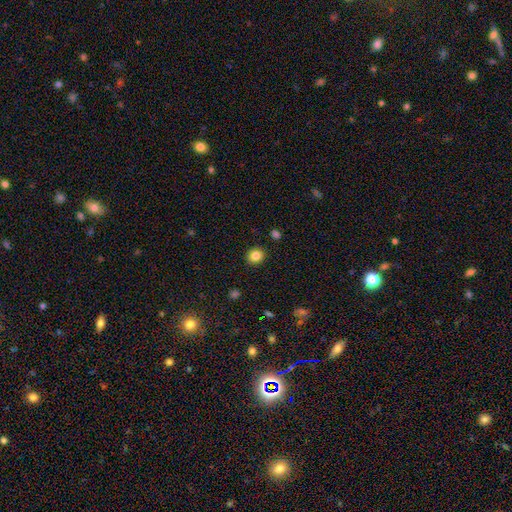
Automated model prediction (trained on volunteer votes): Smooth or featured?
  - smooth: 84% *
  - star or artifact: 11%
  - featured or disk: 5%
How rounded?
  - round: 78% *
  - in between: 21%
  - cigar-shaped: 1%
Merging?
  - none: 90% *
  - minor disturbance: 7%
  - major disturbance: 2%
  - merger: 1%